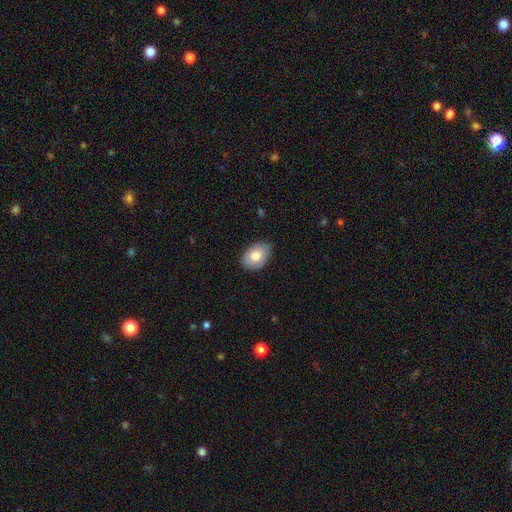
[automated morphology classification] The model was most divided on "smooth or featured": smooth: 78%, featured or disk: 16%, star or artifact: 6%. More confident: how rounded — in between (86%); merging — none (82%).